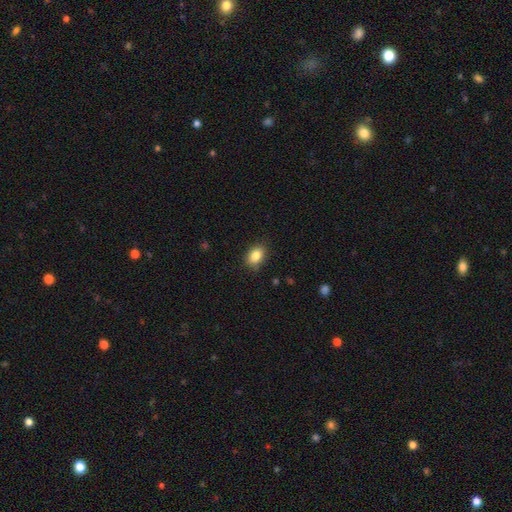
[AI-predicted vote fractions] The model was most divided on "how rounded": in between: 79%, round: 20%, cigar-shaped: 1%. More confident: smooth or featured — smooth (84%); merging — none (84%).